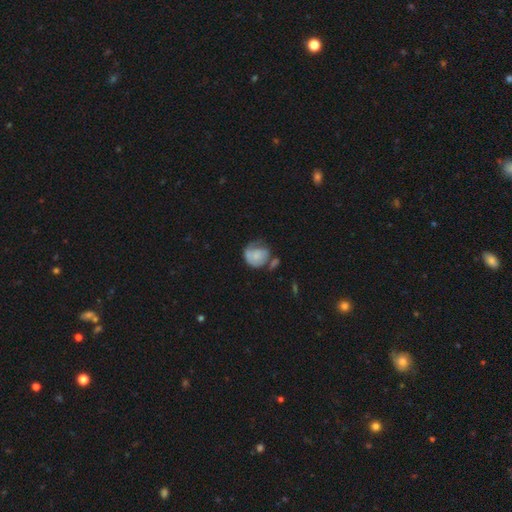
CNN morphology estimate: Smooth or featured: smooth — 48% (featured or disk — 44%)
Merging: none — 34% (minor disturbance — 27%)